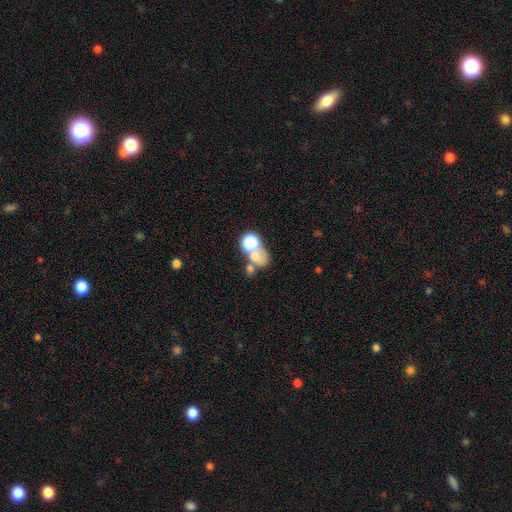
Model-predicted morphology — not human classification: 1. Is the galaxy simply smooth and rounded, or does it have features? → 56% smooth, 23% featured or disk, 21% star or artifact.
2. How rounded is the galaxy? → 50% round, 48% in between, 2% cigar-shaped.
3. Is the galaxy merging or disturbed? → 54% merger, 27% none, 10% major disturbance, 9% minor disturbance.